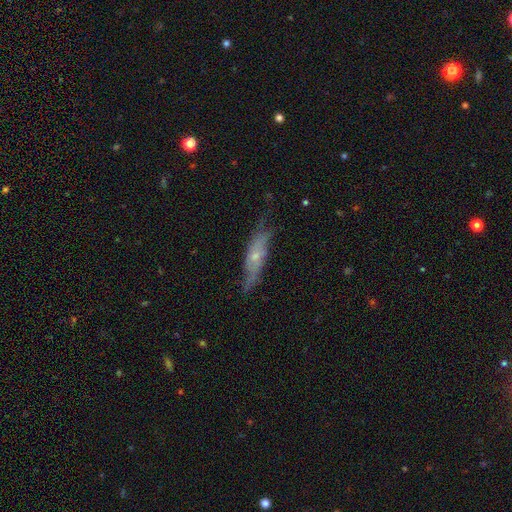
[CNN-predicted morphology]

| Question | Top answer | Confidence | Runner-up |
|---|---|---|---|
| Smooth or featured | featured or disk | 59% | smooth (34%) |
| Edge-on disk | yes | 50% | tied: no (50%) |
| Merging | none | 57% | minor disturbance (29%) |